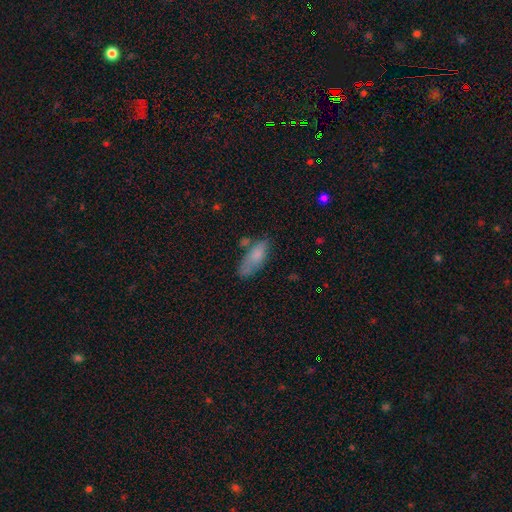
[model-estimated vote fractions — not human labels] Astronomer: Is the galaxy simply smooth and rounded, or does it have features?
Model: smooth — 77%.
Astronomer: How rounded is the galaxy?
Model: in between — 72%.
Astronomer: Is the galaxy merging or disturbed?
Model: none — 52% (runner-up: minor disturbance, 28%).